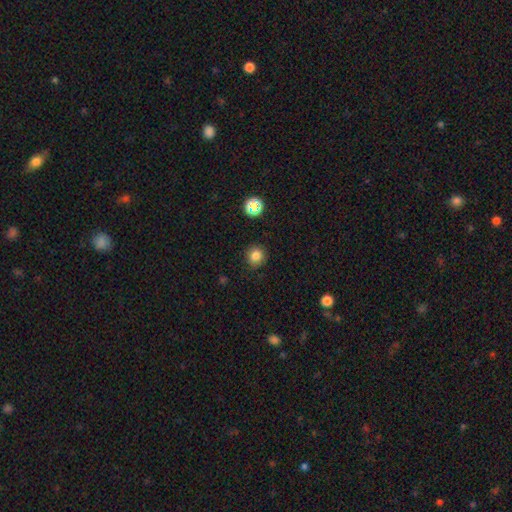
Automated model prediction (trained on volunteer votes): smooth 81%, star or artifact 14%, featured or disk 5%. Down the decision tree: how rounded — round (89%); merging — none (89%).